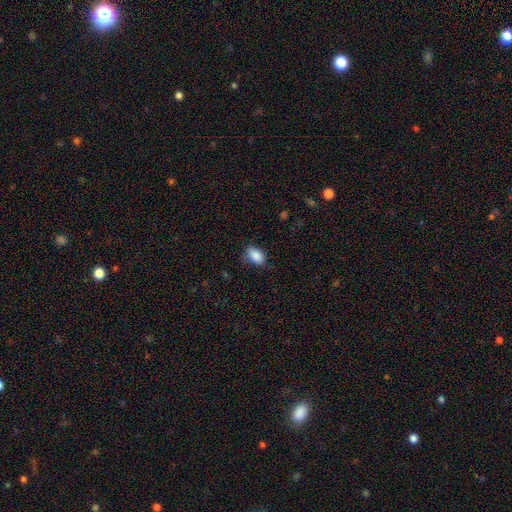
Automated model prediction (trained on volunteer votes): A smooth galaxy with no disk features (87%) that is in between round and cigar-shaped (90%).

Vote fractions:
- Smooth or featured? smooth: 87% / star or artifact: 8% / featured or disk: 5%
- How rounded? in between: 90% / round: 8% / cigar-shaped: 3%
- Merging? none: 74% / minor disturbance: 21% / major disturbance: 4% / merger: 1%